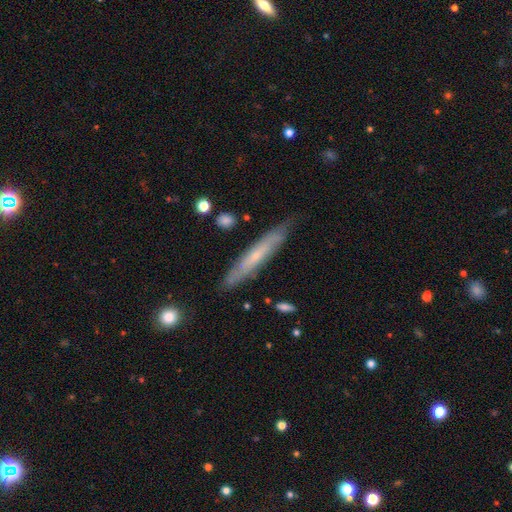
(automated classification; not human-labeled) The model was most divided on "smooth or featured": featured or disk: 53%, smooth: 41%, star or artifact: 6%. More confident: merging — none (81%); edge-on disk — yes (75%).